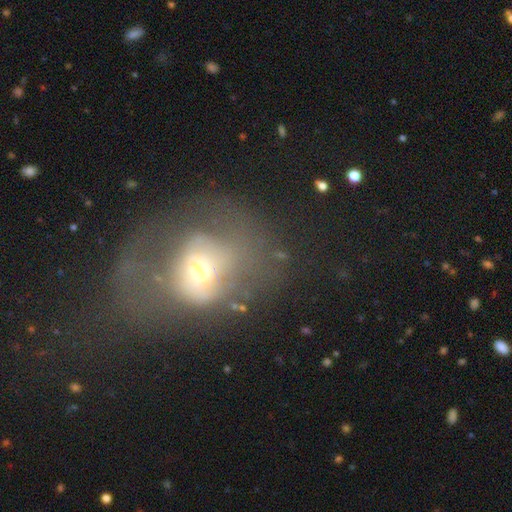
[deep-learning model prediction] This is possibly a featured or disk galaxy (45%). Merging: possibly major disturbance (46%).